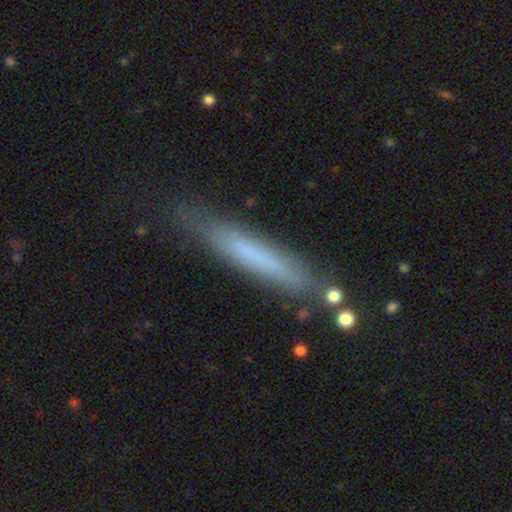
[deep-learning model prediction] This is likely a smooth galaxy (61%). How rounded: clearly cigar-shaped (93%). Merging: likely none (79%).